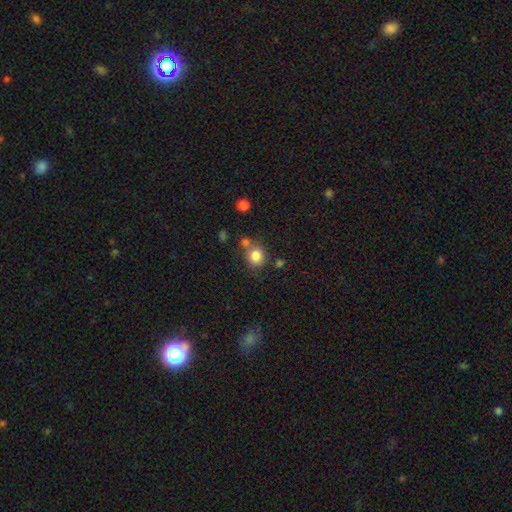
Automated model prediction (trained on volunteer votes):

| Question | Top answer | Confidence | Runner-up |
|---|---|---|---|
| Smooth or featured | smooth | 83% | star or artifact (11%) |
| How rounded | round | 84% | in between (15%) |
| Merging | none | 63% | merger (21%) |